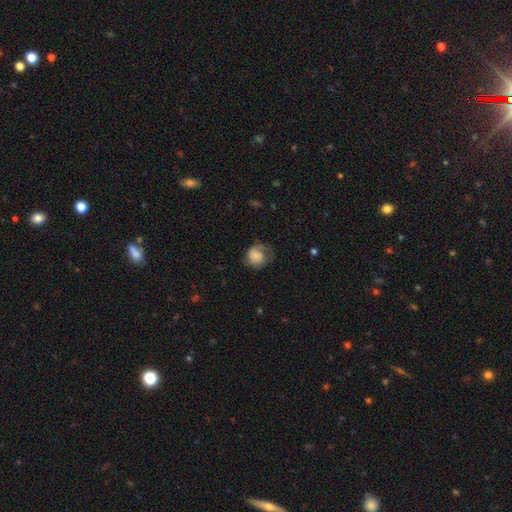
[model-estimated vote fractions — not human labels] smooth 71%, featured or disk 21%, star or artifact 8%. Down the decision tree: how rounded — round (70%); merging — none (38%).